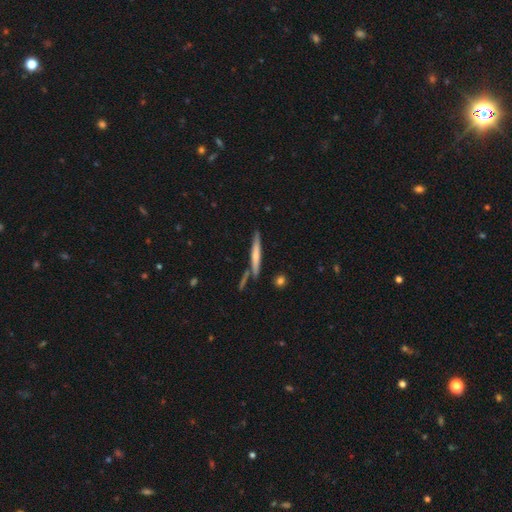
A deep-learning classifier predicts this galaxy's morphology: type=smooth (50%); roundness=cigar-shaped (94%); merging=none (79%).